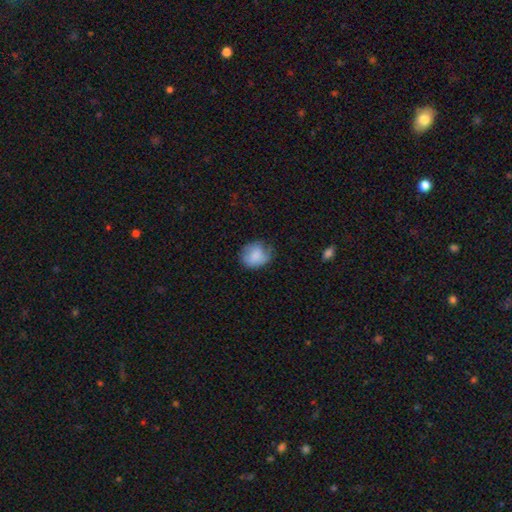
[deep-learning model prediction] Overall: smooth (74%). How rounded: round (62%; in between 37%). Merging: none (56%; minor disturbance 31%).